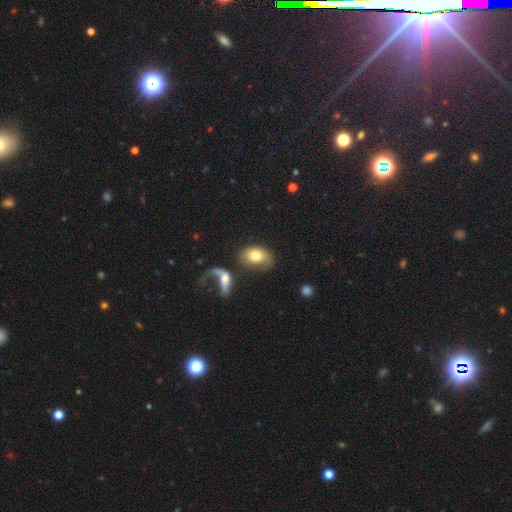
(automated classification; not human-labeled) smooth 73%, featured or disk 20%, star or artifact 7%. Down the decision tree: how rounded — in between (83%); merging — none (43%).